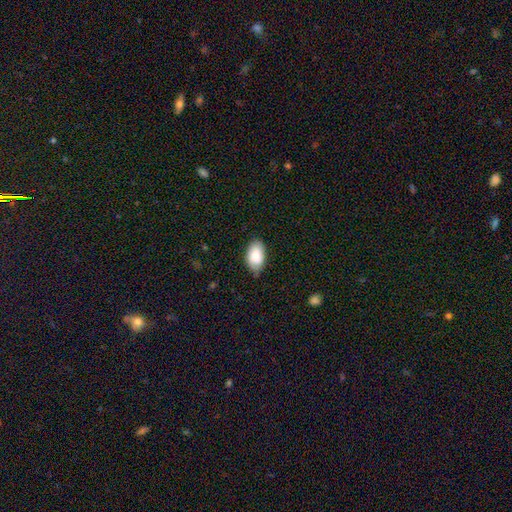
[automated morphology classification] Q: Smooth or featured?
A: smooth (84%); runner-up: featured or disk (10%)
Q: How rounded?
A: in between (94%); runner-up: round (4%)
Q: Merging?
A: none (78%); runner-up: minor disturbance (18%)